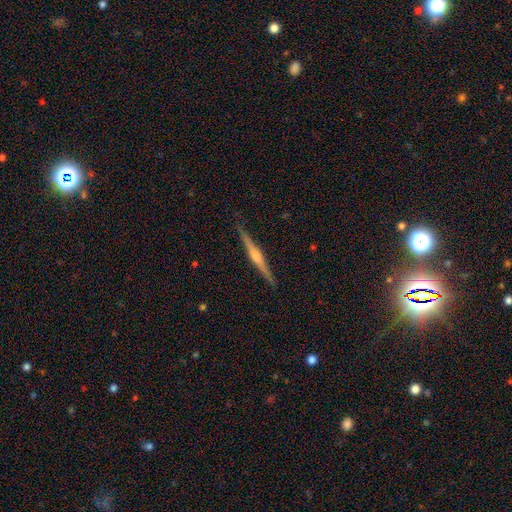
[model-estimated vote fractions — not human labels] smooth-or-featured: featured or disk: 78% | smooth: 17% | star or artifact: 5%
  disk-edge-on: yes: 98% | no: 2%
    edge-on-bulge: rounded: 79% | boxy: 11% | none: 10%
  merging: none: 91% | minor disturbance: 7% | major disturbance: 1% | merger: 1%